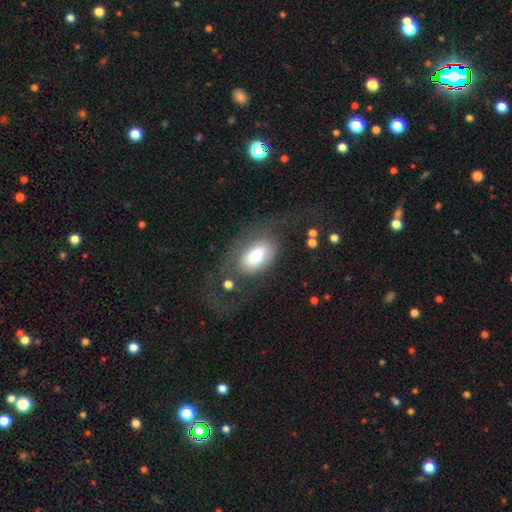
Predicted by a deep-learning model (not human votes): Smooth or featured? smooth (65%)
How rounded? in between (90%)
Merging? none (46%)